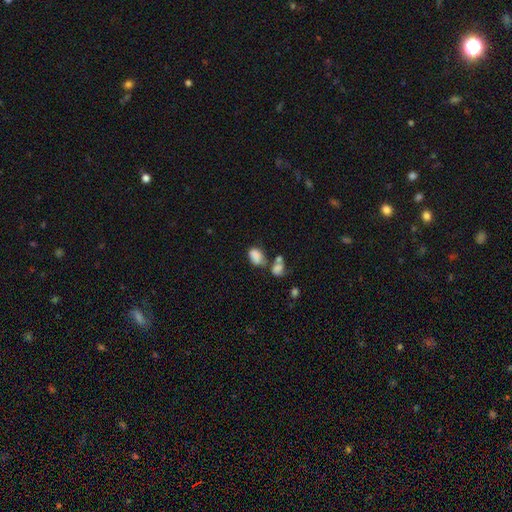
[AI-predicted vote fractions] Morphology: type=smooth (81%); roundness=in between (86%); merging=merger (38%).